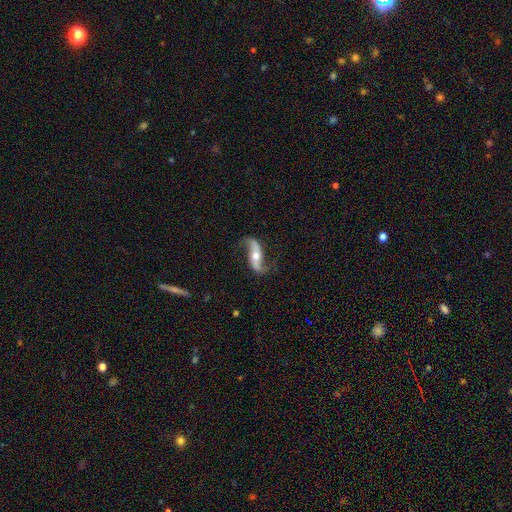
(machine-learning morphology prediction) featured or disk 85%, smooth 10%, star or artifact 5%. Down the decision tree: edge-on disk — no (88%); bar — no (38%); spiral arms — yes (95%); spiral arm count — 2 (94%); spiral winding — loose (82%); bulge size — moderate (64%); merging — none (77%).